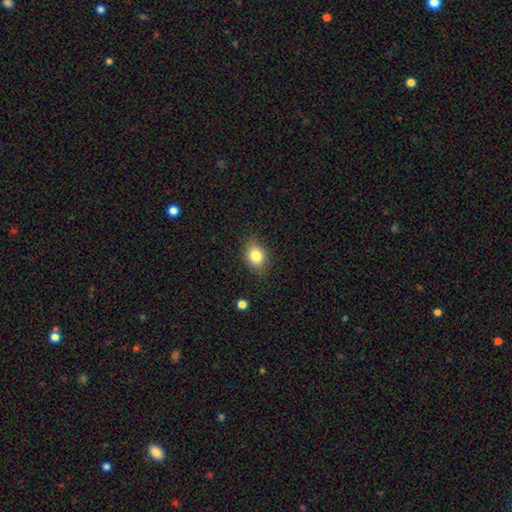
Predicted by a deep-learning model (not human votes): smooth_or_featured: smooth (p=0.81) [alt: star or artifact p=0.10]
how_rounded: in between (p=0.59) [alt: round p=0.39]
merging: none (p=0.81) [alt: minor disturbance p=0.15]